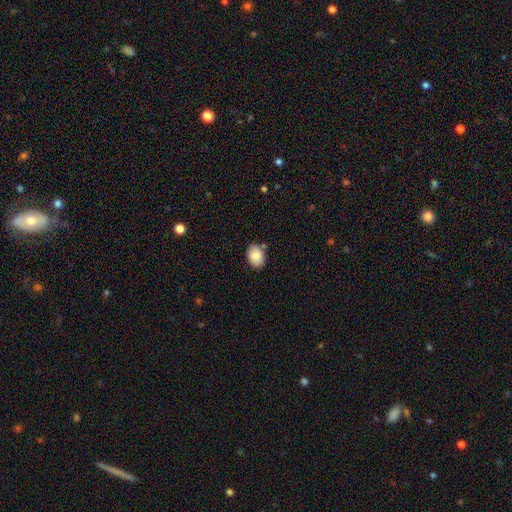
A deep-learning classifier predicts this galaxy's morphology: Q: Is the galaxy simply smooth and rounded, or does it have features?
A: smooth — 85%.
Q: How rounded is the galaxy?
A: in between — 75%.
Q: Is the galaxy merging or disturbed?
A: none — 78%.